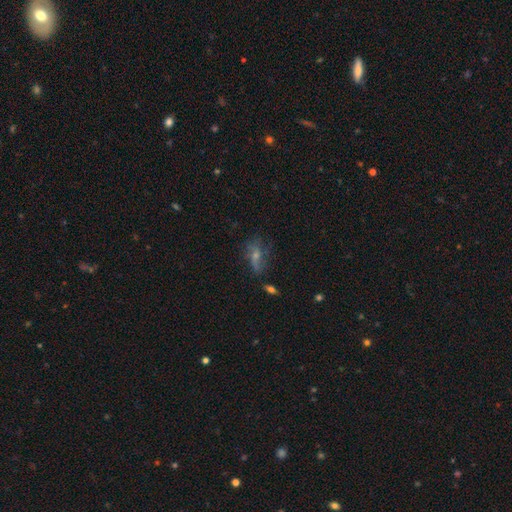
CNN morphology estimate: Smooth or featured? Predicted: featured or disk (p=0.45). Merging? Predicted: none (p=0.56).